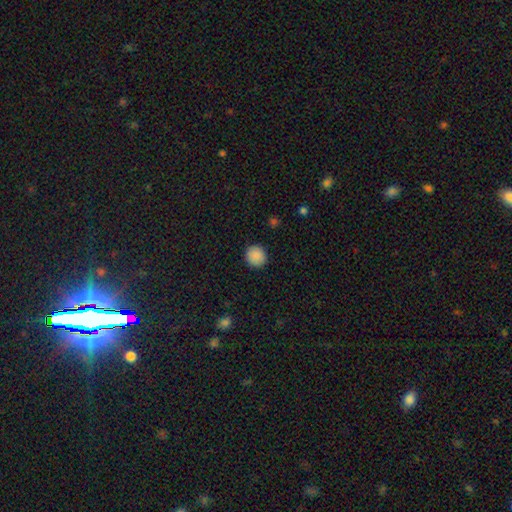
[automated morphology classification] Smooth or featured?
  - smooth: 89% *
  - star or artifact: 8%
  - featured or disk: 3%
How rounded?
  - round: 92% *
  - in between: 7%
  - cigar-shaped: 1%
Merging?
  - none: 91% *
  - minor disturbance: 6%
  - major disturbance: 2%
  - merger: 1%